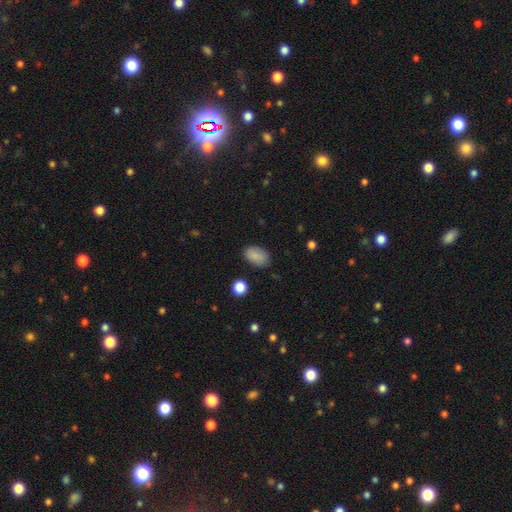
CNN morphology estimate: Overall: smooth (85%). How rounded: in between (88%). Merging: none (81%).